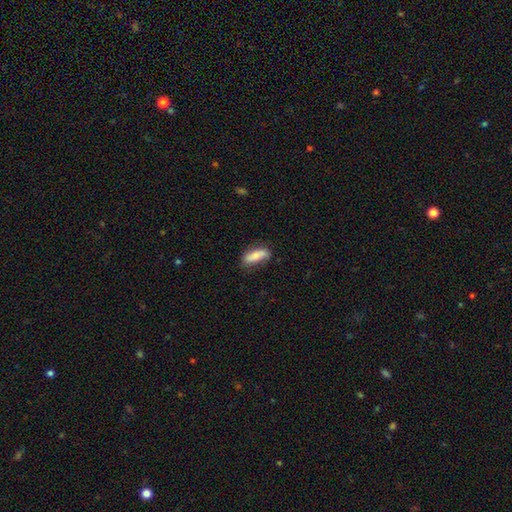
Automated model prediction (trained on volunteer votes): Q: Smooth or featured?
A: smooth (70%); runner-up: featured or disk (23%)
Q: How rounded?
A: in between (65%); runner-up: cigar-shaped (33%)
Q: Merging?
A: none (70%); runner-up: minor disturbance (22%)